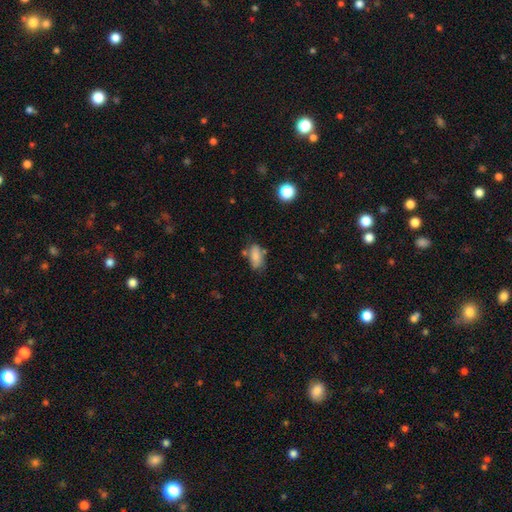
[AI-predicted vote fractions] smooth_or_featured: smooth (p=0.78) [alt: featured or disk p=0.14]
how_rounded: in between (p=0.86) [alt: cigar-shaped p=0.09]
merging: none (p=0.56) [alt: minor disturbance p=0.25]